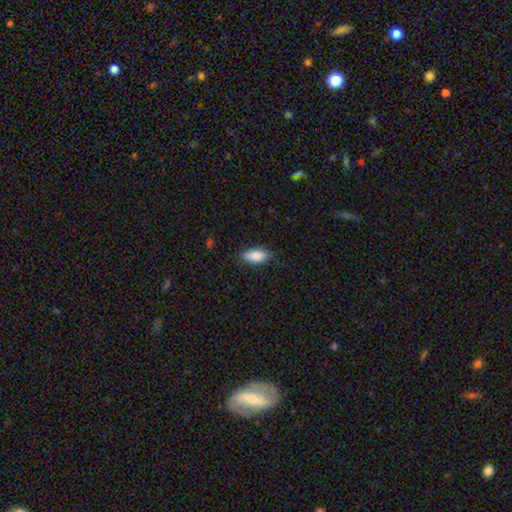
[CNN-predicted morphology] type=smooth (87%); roundness=in between (89%); merging=none (83%).